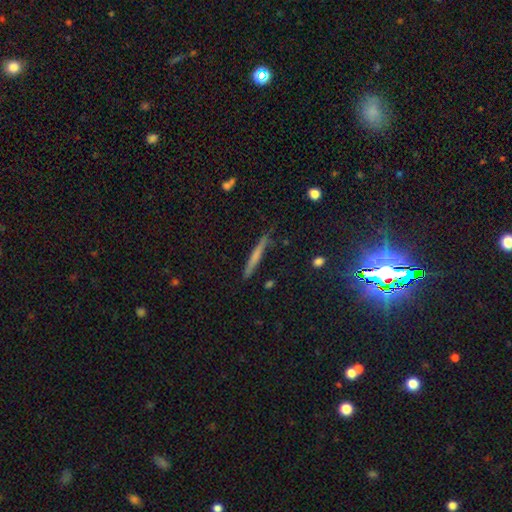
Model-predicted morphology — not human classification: This is possibly a smooth galaxy (53%). How rounded: clearly cigar-shaped (94%). Merging: clearly none (83%).